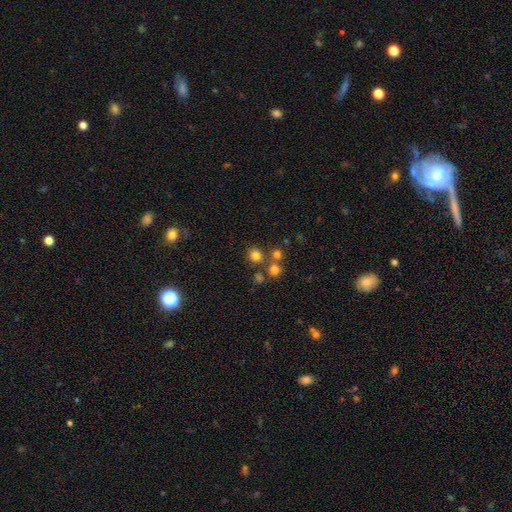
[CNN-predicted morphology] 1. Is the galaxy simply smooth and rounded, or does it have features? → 75% smooth, 17% star or artifact, 7% featured or disk.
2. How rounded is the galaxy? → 84% round, 15% in between, 1% cigar-shaped.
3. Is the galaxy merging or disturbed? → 72% none, 16% merger, 8% minor disturbance, 3% major disturbance.